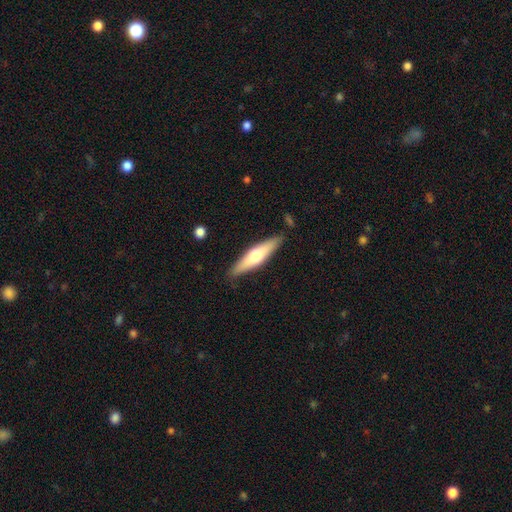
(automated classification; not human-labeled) Q: Smooth or featured?
A: smooth (50%); runner-up: featured or disk (45%)
Q: How rounded?
A: cigar-shaped (75%); runner-up: in between (24%)
Q: Merging?
A: none (85%); runner-up: minor disturbance (11%)